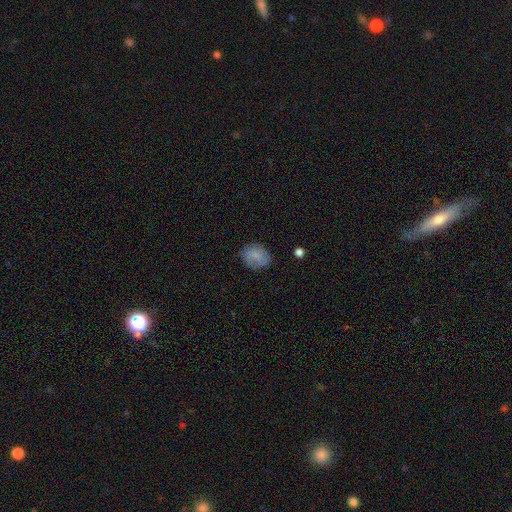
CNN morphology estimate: smooth_or_featured: smooth (p=0.78) [alt: featured or disk p=0.13]
how_rounded: in between (p=0.53) [alt: round p=0.46]
merging: none (p=0.71) [alt: minor disturbance p=0.21]